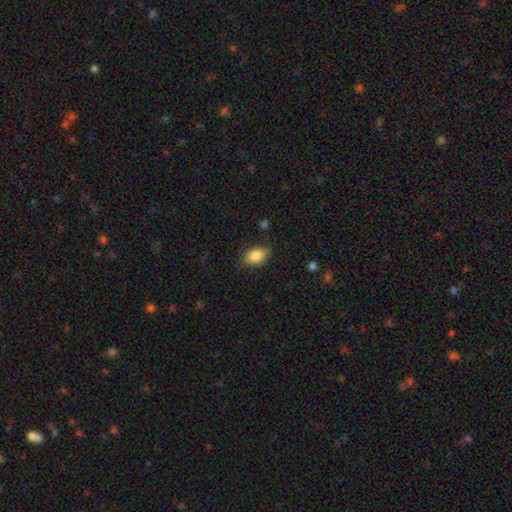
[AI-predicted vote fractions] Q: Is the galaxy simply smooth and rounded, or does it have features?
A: smooth — 84%.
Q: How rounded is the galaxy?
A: in between — 87%.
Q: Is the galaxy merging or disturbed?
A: none — 80%.